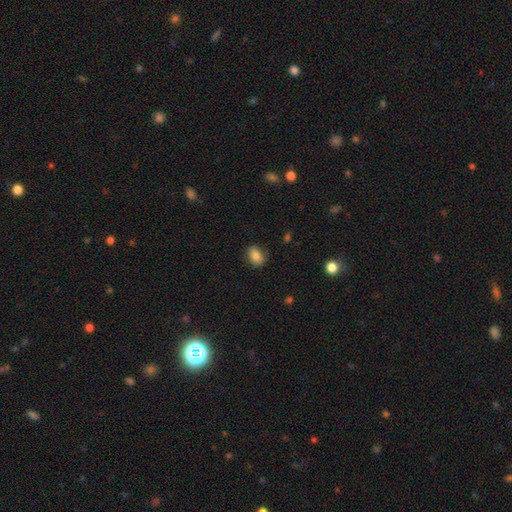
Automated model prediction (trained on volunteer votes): Morphology: type=smooth (83%); roundness=in between (76%); merging=none (81%).